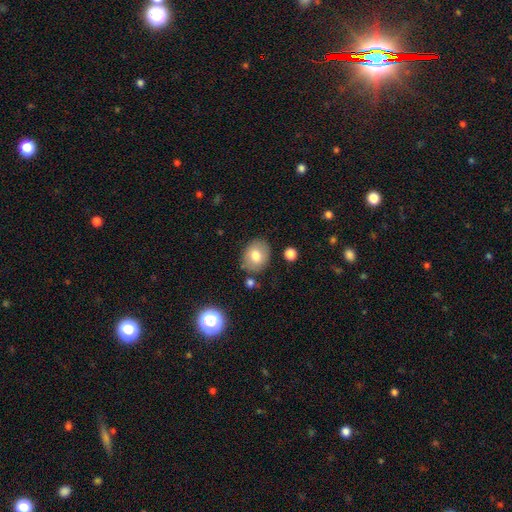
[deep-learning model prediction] Smooth or featured? Predicted: smooth (p=0.73). How rounded? Predicted: in between (p=0.54). Merging? Predicted: none (p=0.79).